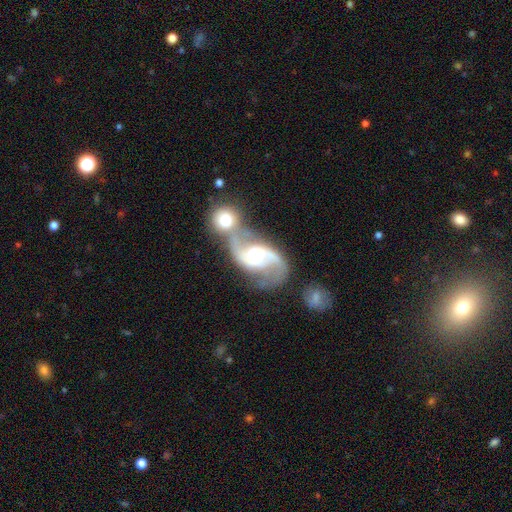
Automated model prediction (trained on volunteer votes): Q: Smooth or featured?
A: featured or disk (89%); runner-up: smooth (7%)
Q: Edge-on disk?
A: no (97%); runner-up: yes (3%)
Q: Bar?
A: weak (43%); runner-up: no (42%)
Q: Spiral arms?
A: yes (96%); runner-up: no (4%)
Q: Spiral winding?
A: loose (47%); runner-up: medium (43%)
Q: Spiral arm count?
A: 2 (92%); runner-up: can't tell (3%)
Q: Bulge size?
A: moderate (63%); runner-up: small (26%)
Q: Merging?
A: merger (60%); runner-up: none (21%)